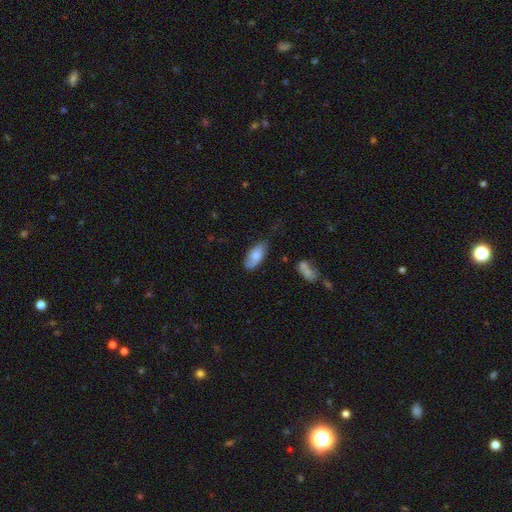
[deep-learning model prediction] smooth_or_featured: smooth (p=0.68) [alt: featured or disk p=0.26]
how_rounded: in between (p=0.88) [alt: cigar-shaped p=0.09]
merging: none (p=0.62) [alt: minor disturbance p=0.28]